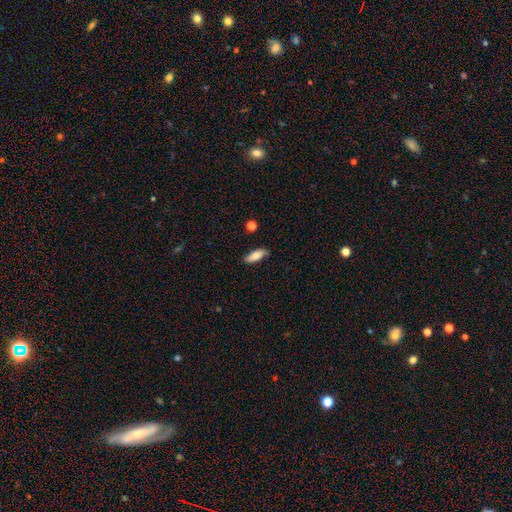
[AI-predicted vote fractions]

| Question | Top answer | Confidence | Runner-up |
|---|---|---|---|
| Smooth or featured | smooth | 78% | featured or disk (15%) |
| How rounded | in between | 73% | cigar-shaped (24%) |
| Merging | none | 77% | minor disturbance (18%) |